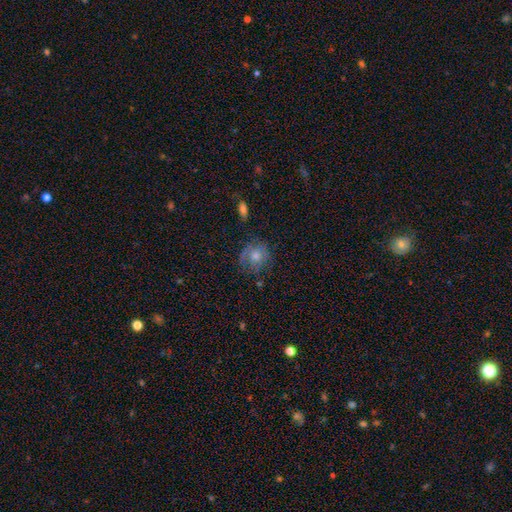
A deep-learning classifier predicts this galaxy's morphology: The model was most divided on "smooth or featured": smooth: 46%, featured or disk: 40%, star or artifact: 14%. More confident: merging — none (68%).